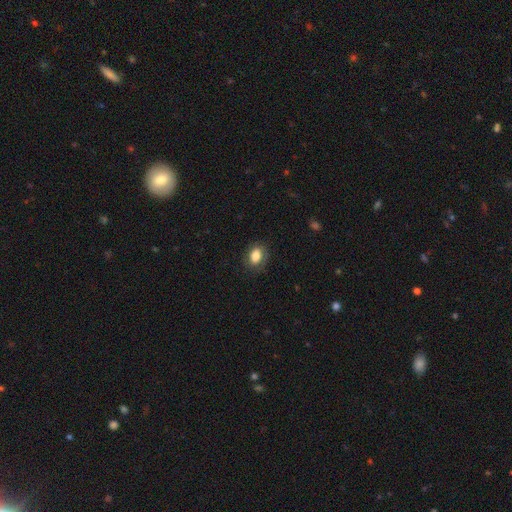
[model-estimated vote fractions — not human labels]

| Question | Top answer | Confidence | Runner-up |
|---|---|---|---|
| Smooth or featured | smooth | 79% | featured or disk (13%) |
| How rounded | in between | 74% | round (24%) |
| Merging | none | 76% | minor disturbance (17%) |